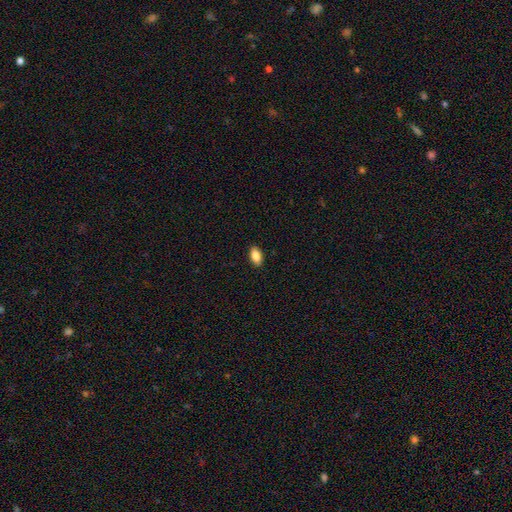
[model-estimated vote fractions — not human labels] smooth 83%, featured or disk 9%, star or artifact 7%. Down the decision tree: how rounded — in between (91%); merging — none (90%).